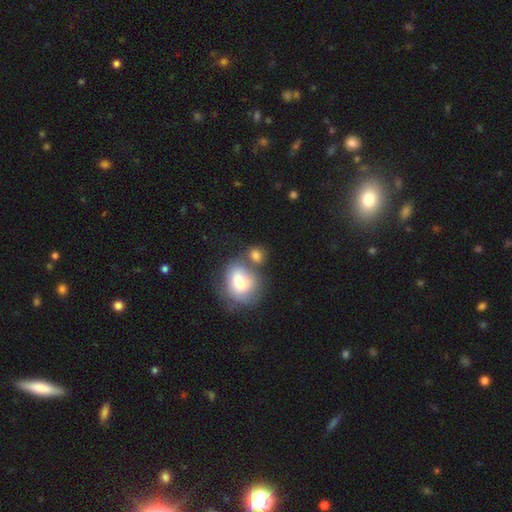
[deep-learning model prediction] Smooth or featured: smooth — 79% (featured or disk — 11%)
How rounded: round — 59% (in between — 39%)
Merging: none — 44% (merger — 34%)